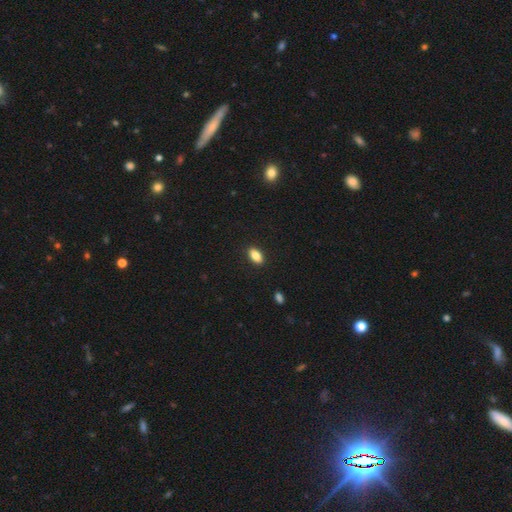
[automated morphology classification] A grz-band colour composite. It shows a smooth galaxy with no disk features (85%) that is in between round and cigar-shaped (88%). Merging: none (89%).